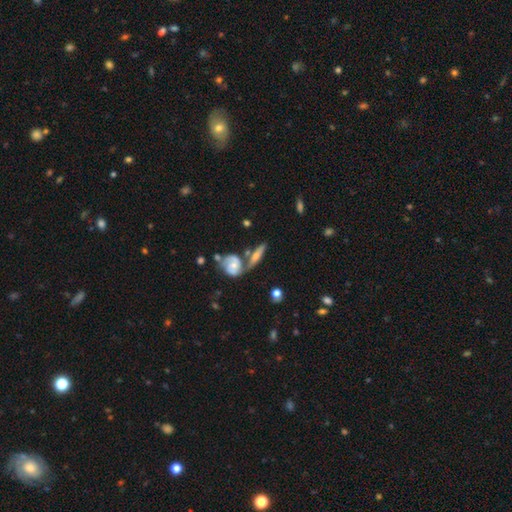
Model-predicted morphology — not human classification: smooth-or-featured: featured or disk: 64% | smooth: 26% | star or artifact: 9%
  disk-edge-on: yes: 60% | no: 40%
  merging: none: 54% | merger: 27% | minor disturbance: 13% | major disturbance: 5%